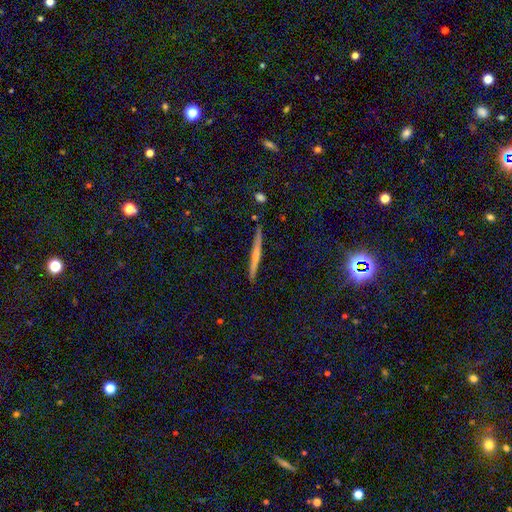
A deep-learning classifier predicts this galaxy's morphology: Overall: featured or disk (51%; smooth 41%). Edge-on disk: yes (97%). Merging: none (88%).